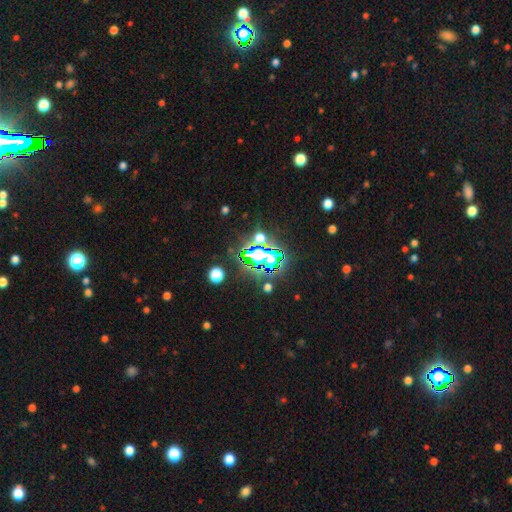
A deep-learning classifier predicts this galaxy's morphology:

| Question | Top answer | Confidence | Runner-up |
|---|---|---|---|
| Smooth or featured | star or artifact | 67% | smooth (21%) |